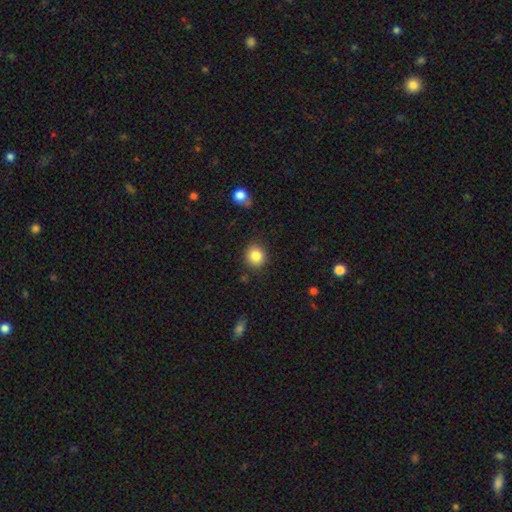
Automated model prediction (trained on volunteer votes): This is clearly a smooth galaxy (84%). How rounded: clearly round (84%). Merging: clearly none (83%).